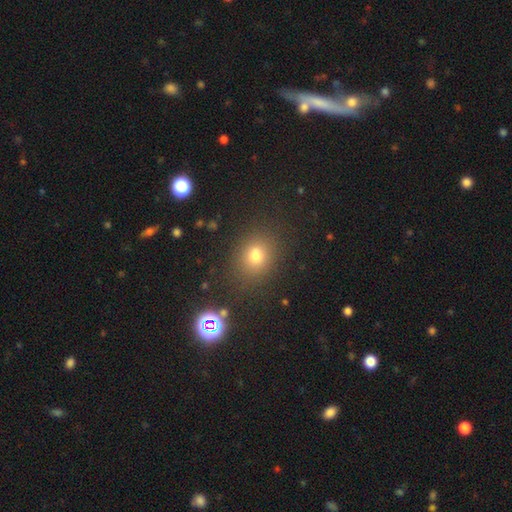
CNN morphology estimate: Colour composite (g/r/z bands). It shows a smooth galaxy with no disk features (71%) that is round (63%). Merging: none (84%).